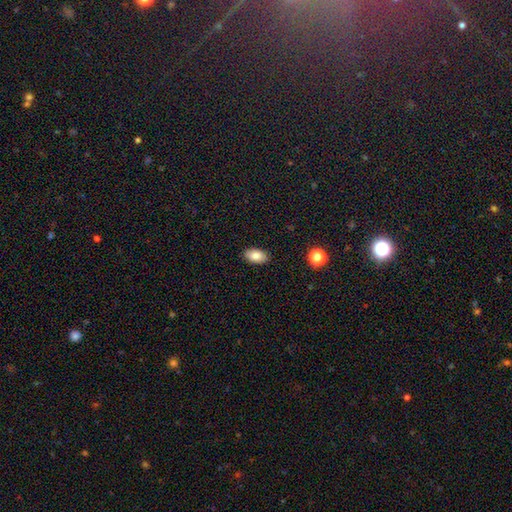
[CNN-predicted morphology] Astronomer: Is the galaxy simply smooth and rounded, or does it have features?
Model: smooth — 84%.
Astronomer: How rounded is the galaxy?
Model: in between — 92%.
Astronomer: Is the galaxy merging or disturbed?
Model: none — 89%.